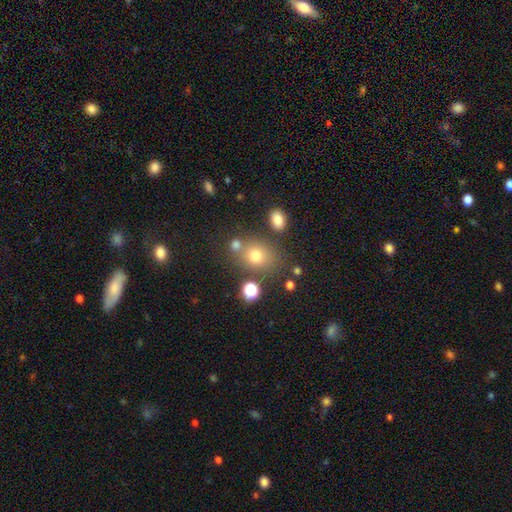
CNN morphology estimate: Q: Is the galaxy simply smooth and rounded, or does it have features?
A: smooth — 72%.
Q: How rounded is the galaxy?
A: round — 60%.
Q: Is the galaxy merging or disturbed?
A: none — 67%.